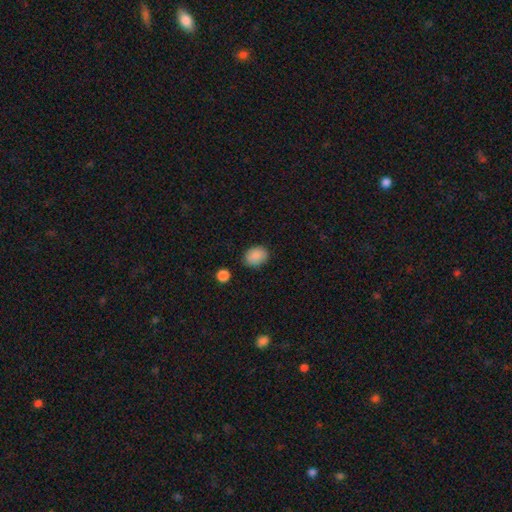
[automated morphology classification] Smooth or featured? smooth (88%)
How rounded? in between (64%)
Merging? none (82%)